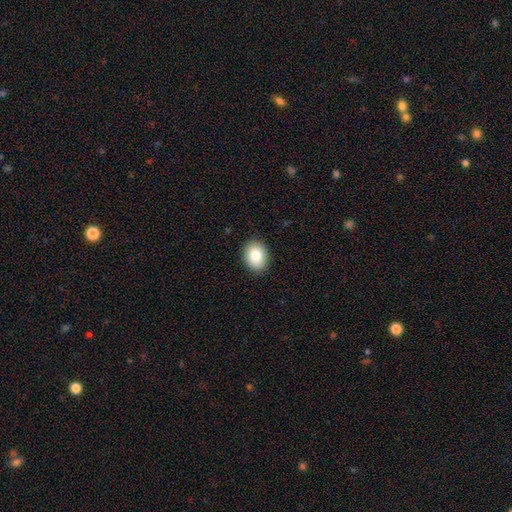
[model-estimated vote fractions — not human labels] This is clearly a smooth galaxy (84%). How rounded: likely in between (62%). Merging: clearly none (90%).